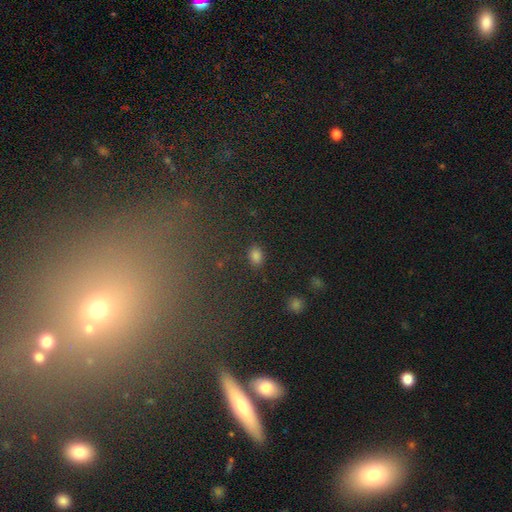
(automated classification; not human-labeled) Q: Smooth or featured?
A: smooth (70%); runner-up: star or artifact (24%)
Q: How rounded?
A: in between (61%); runner-up: round (36%)
Q: Merging?
A: none (88%); runner-up: minor disturbance (7%)